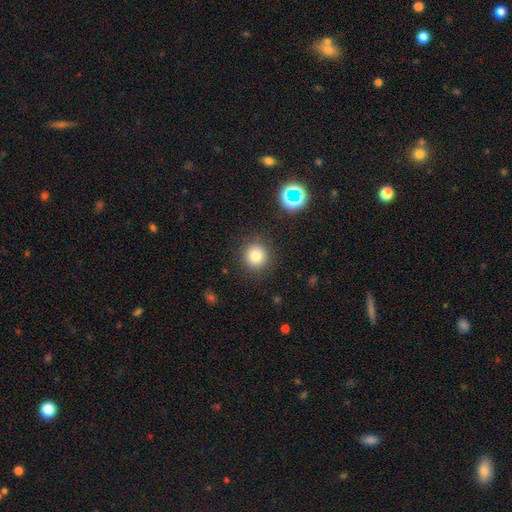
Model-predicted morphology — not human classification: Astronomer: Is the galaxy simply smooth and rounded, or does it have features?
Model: smooth — 80%.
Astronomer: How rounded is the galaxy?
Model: round — 92%.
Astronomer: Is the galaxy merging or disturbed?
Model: none — 89%.